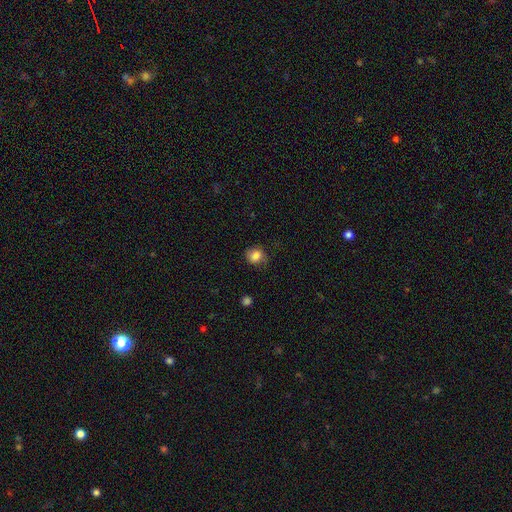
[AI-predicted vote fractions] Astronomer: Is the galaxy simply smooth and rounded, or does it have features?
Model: smooth — 83%.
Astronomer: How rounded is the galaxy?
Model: round — 78%.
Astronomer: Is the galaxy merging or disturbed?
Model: none — 72%.